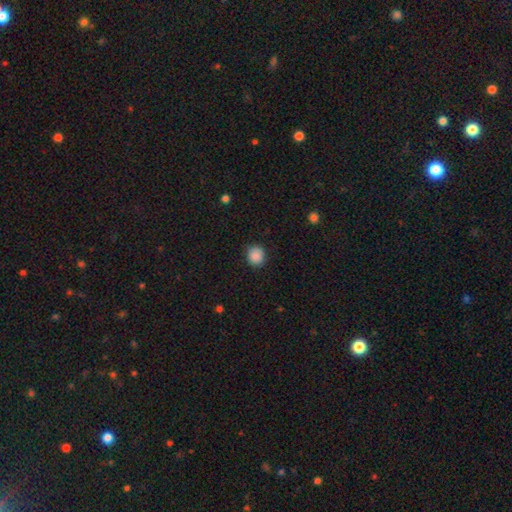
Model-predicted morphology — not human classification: The model was most divided on "how rounded": round: 84%, in between: 15%, cigar-shaped: 1%. More confident: smooth or featured — smooth (87%); merging — none (86%).